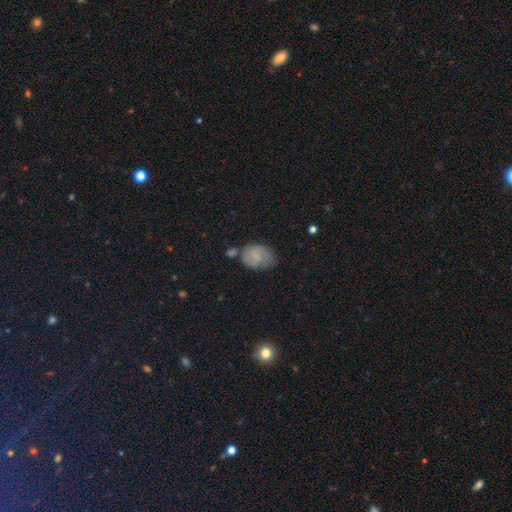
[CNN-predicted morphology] Smooth or featured? smooth (57%)
How rounded? in between (69%)
Merging? none (51%)